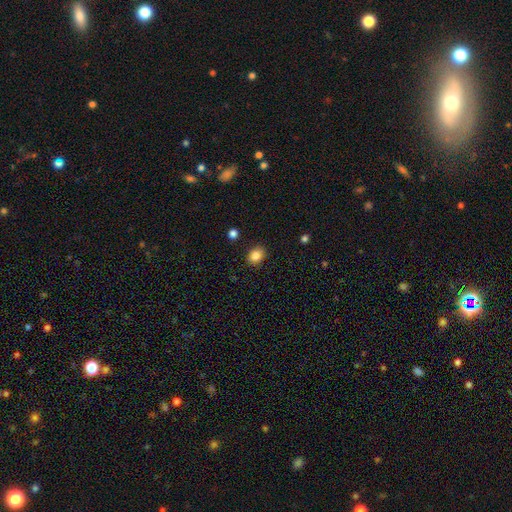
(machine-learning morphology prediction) smooth-or-featured: smooth: 85% | star or artifact: 10% | featured or disk: 5%
  how-rounded: in between: 52% | round: 47% | cigar-shaped: 1%
  merging: none: 88% | minor disturbance: 9% | major disturbance: 2% | merger: 1%